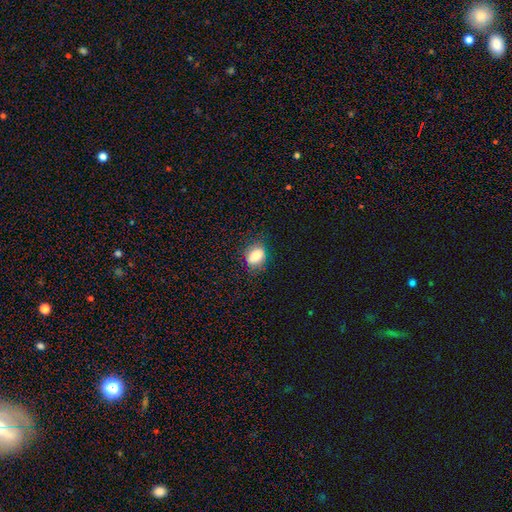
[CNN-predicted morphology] Smooth or featured: smooth — 79% (featured or disk — 11%)
How rounded: in between — 71% (round — 27%)
Merging: none — 79% (minor disturbance — 16%)